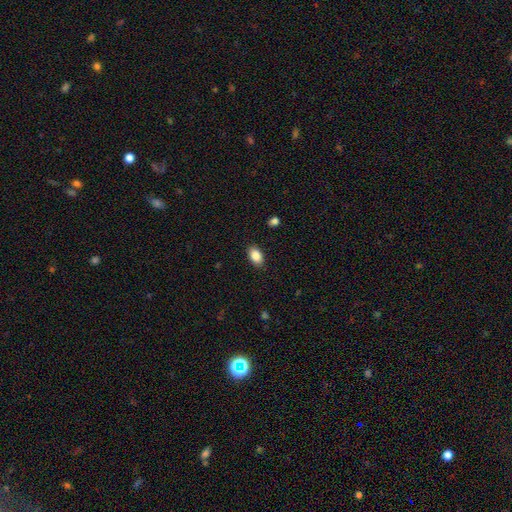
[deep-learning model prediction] This is clearly a smooth galaxy (87%). How rounded: clearly in between (91%). Merging: clearly none (88%).